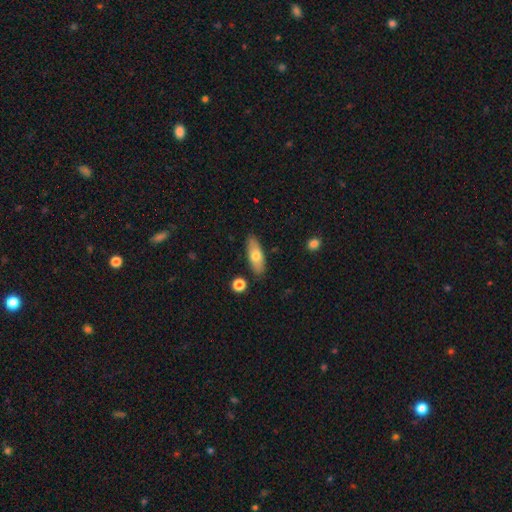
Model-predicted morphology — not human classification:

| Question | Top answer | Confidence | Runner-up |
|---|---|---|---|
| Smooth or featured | smooth | 69% | featured or disk (25%) |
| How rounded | in between | 72% | cigar-shaped (25%) |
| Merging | none | 85% | minor disturbance (10%) |